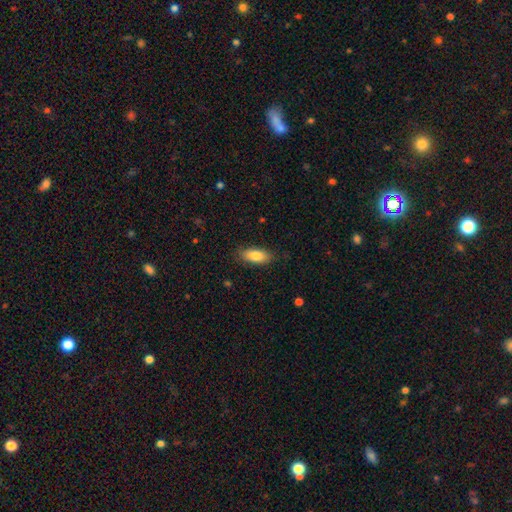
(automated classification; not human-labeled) Smooth or featured? Predicted: smooth (p=0.83). How rounded? Predicted: in between (p=0.85). Merging? Predicted: none (p=0.83).